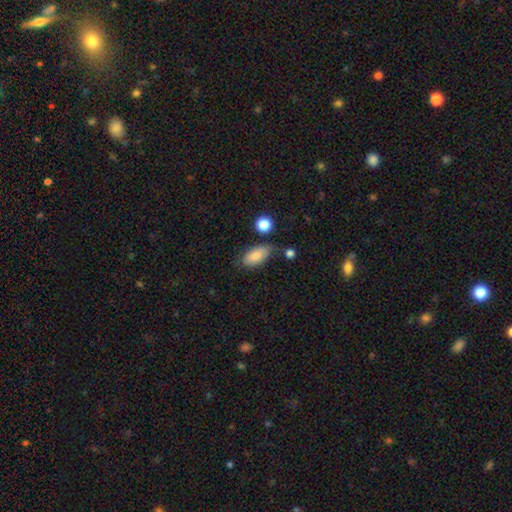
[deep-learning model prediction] This appears to be a smooth galaxy with no disk features (80%) that is in between round and cigar-shaped (92%). Merging: none (53%).